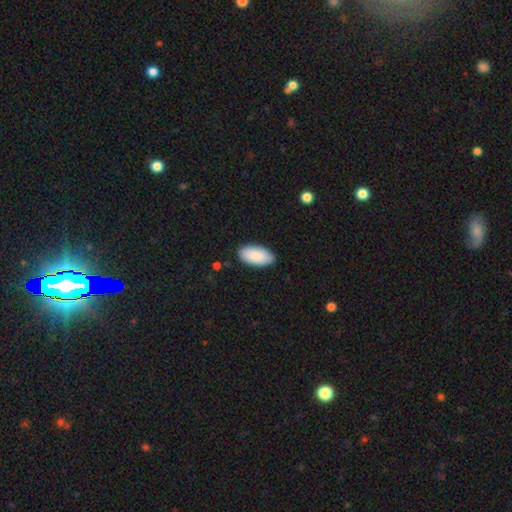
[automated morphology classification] smooth_or_featured: smooth (p=0.88) [alt: featured or disk p=0.06]
how_rounded: in between (p=0.95) [alt: cigar-shaped p=0.03]
merging: none (p=0.86) [alt: minor disturbance p=0.11]